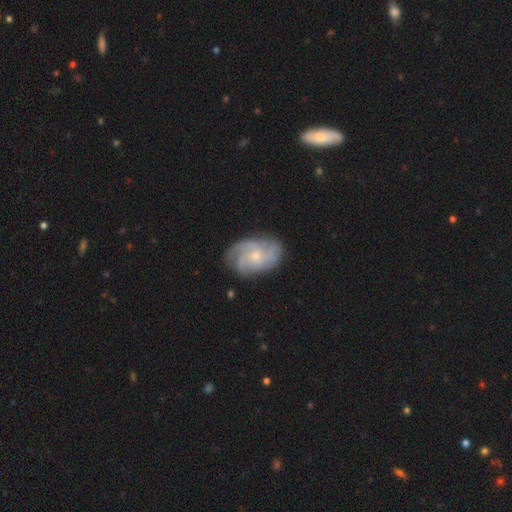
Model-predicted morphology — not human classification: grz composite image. It shows a featured or disk galaxy (78%) with no bar (74%), 3 (29%) tight (46%) spiral arms (94%) and a small central bulge (62%). Merging: none (70%).